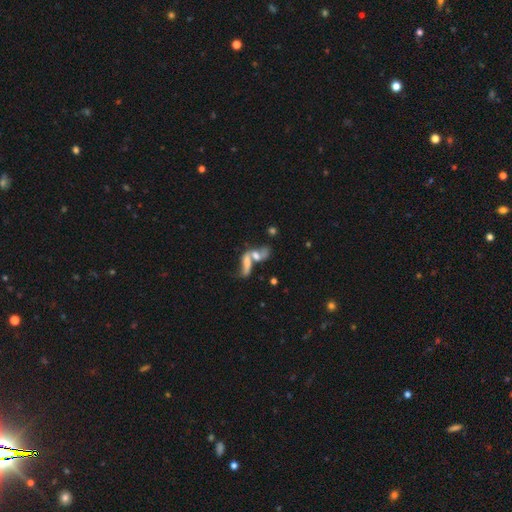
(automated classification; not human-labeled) Q: Smooth or featured?
A: featured or disk (43%); runner-up: smooth (36%)
Q: Merging?
A: merger (48%); runner-up: none (31%)